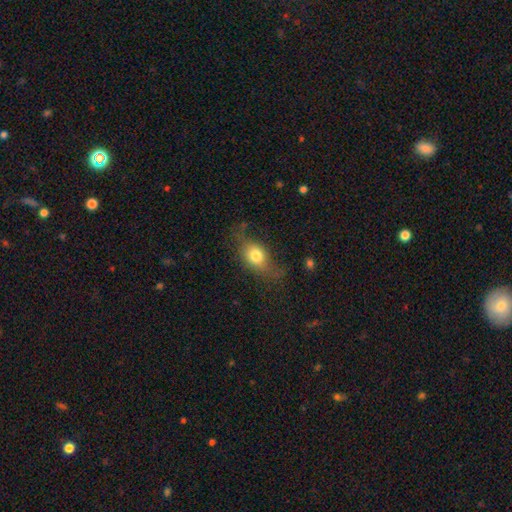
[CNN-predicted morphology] A smooth galaxy with no disk features (71%) that is in between round and cigar-shaped (63%).

Vote fractions:
- Smooth or featured? smooth: 71% / featured or disk: 20% / star or artifact: 10%
- How rounded? in between: 63% / round: 33% / cigar-shaped: 4%
- Merging? none: 51% / minor disturbance: 28% / major disturbance: 18% / merger: 3%